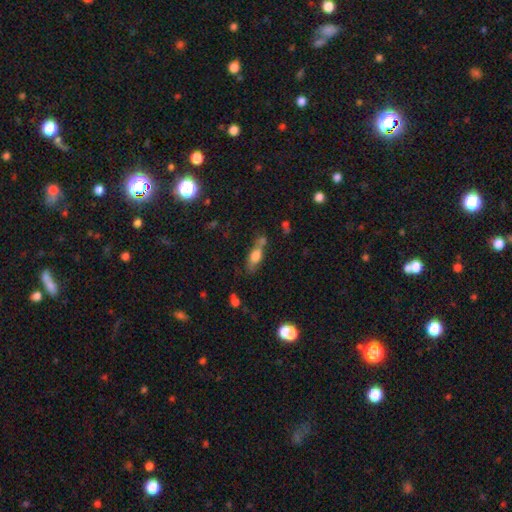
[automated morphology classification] Q: Smooth or featured?
A: smooth (67%); runner-up: featured or disk (24%)
Q: How rounded?
A: in between (62%); runner-up: cigar-shaped (33%)
Q: Merging?
A: none (47%); runner-up: merger (24%)